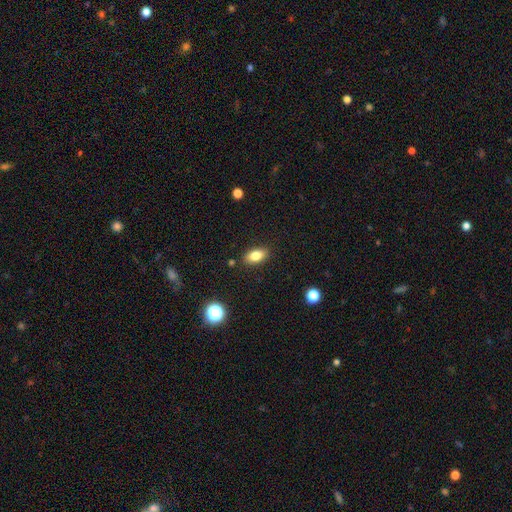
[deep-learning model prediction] smooth-or-featured: smooth: 81% | featured or disk: 10% | star or artifact: 9%
  how-rounded: in between: 88% | round: 6% | cigar-shaped: 6%
  merging: none: 87% | minor disturbance: 9% | major disturbance: 2% | merger: 2%